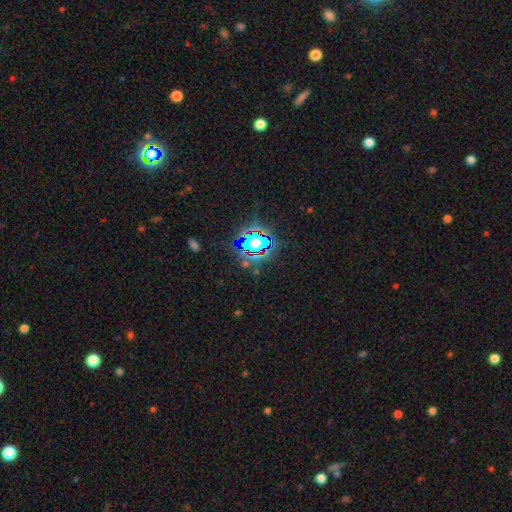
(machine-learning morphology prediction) A star or artifact, not a galaxy (80%).